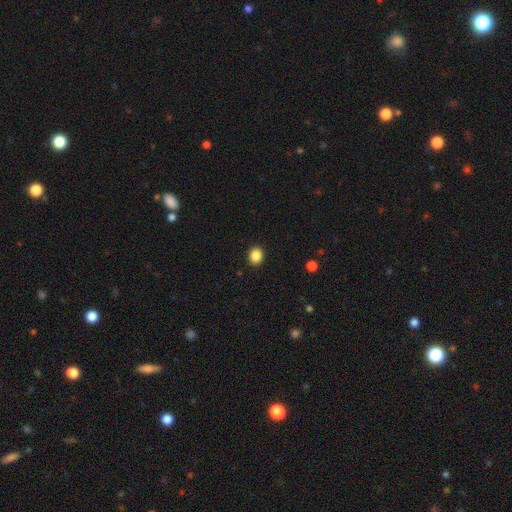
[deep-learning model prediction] Q: Smooth or featured?
A: smooth (87%); runner-up: star or artifact (10%)
Q: How rounded?
A: round (70%); runner-up: in between (29%)
Q: Merging?
A: none (92%); runner-up: minor disturbance (5%)